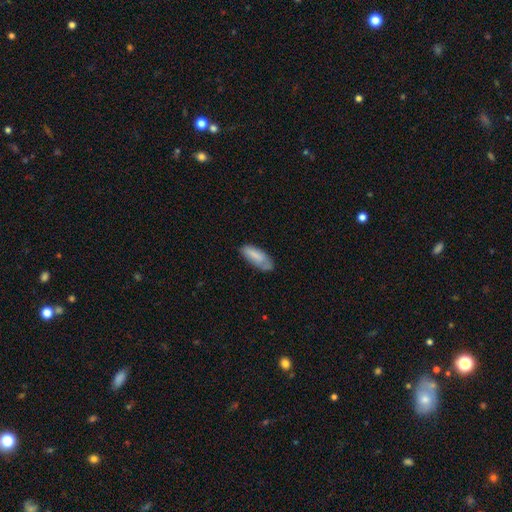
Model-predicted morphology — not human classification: The model was most divided on "merging": none: 59%, minor disturbance: 30%, major disturbance: 8%, merger: 2%. More confident: smooth or featured — smooth (80%); how rounded — in between (78%).